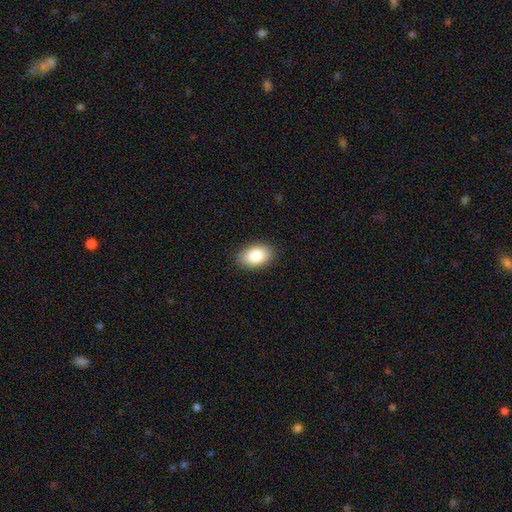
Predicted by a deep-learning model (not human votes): A smooth galaxy with no disk features (85%) that is in between round and cigar-shaped (90%).

Vote fractions:
- Smooth or featured? smooth: 85% / featured or disk: 8% / star or artifact: 7%
- How rounded? in between: 90% / round: 9% / cigar-shaped: 1%
- Merging? none: 88% / minor disturbance: 9% / major disturbance: 2% / merger: 1%